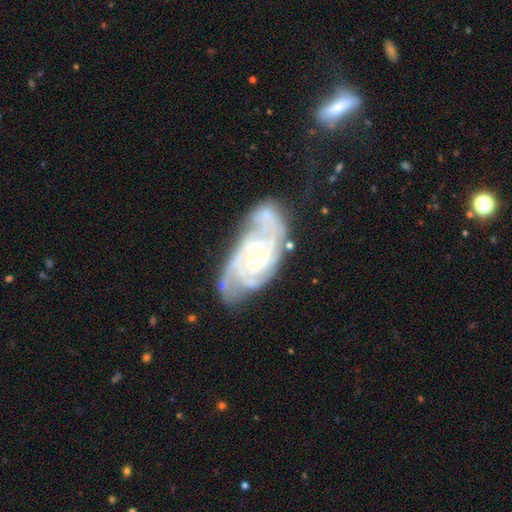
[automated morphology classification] This is clearly a featured or disk galaxy (91%). It is clearly not viewed edge-on (97%). Bar: possibly no (47%). Spiral arm pattern: clearly yes (98%). Spiral arm count: marginally 3 (37%). Spiral winding: likely tight (70%). Central bulge: possibly small (59%). Merging: likely none (66%).